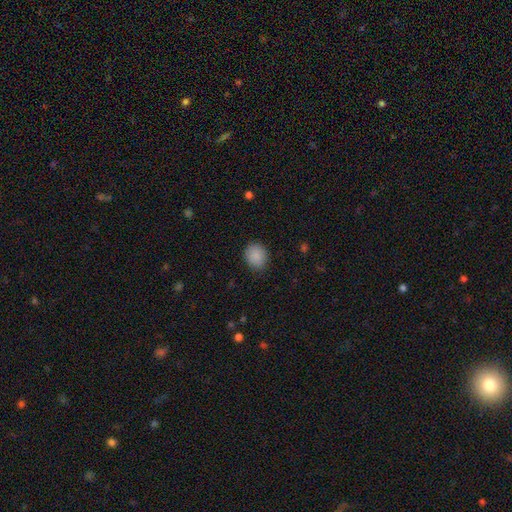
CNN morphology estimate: Smooth or featured? Predicted: smooth (p=0.88). How rounded? Predicted: round (p=0.73). Merging? Predicted: none (p=0.86).